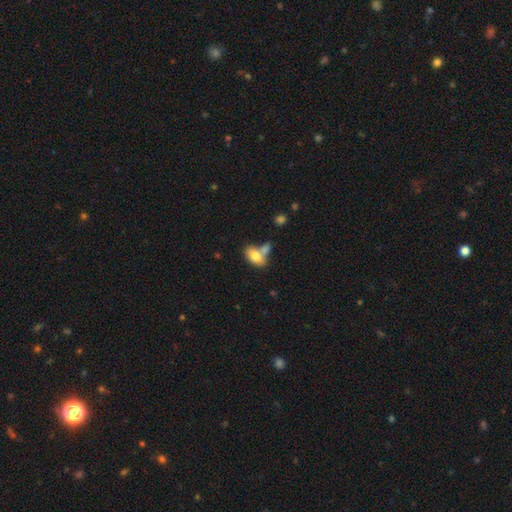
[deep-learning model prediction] smooth-or-featured: smooth: 79% | featured or disk: 13% | star or artifact: 7%
  how-rounded: in between: 91% | round: 6% | cigar-shaped: 3%
  merging: none: 43% | merger: 38% | minor disturbance: 14% | major disturbance: 5%